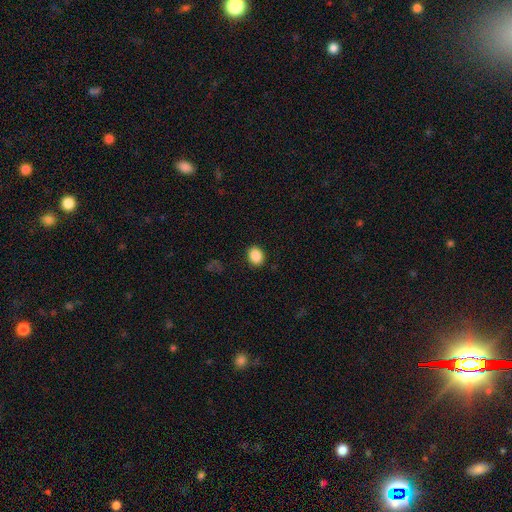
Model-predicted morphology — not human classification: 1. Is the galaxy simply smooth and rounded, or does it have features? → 88% smooth, 9% star or artifact, 3% featured or disk.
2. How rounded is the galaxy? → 52% in between, 47% round, 1% cigar-shaped.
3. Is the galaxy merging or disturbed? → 89% none, 8% minor disturbance, 2% major disturbance, 1% merger.